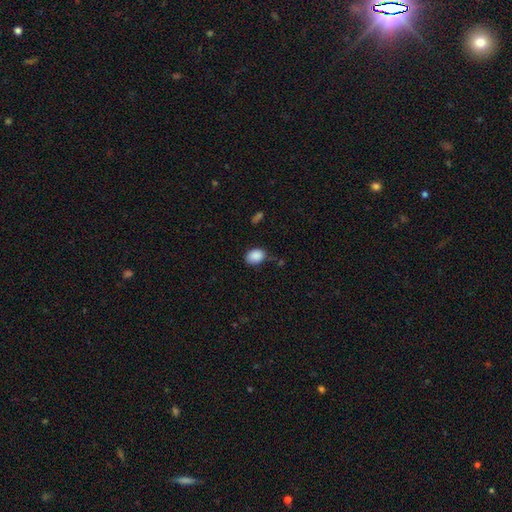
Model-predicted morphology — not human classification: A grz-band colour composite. It shows a smooth galaxy with no disk features (88%) that is in between round and cigar-shaped (68%). Merging: none (70%).